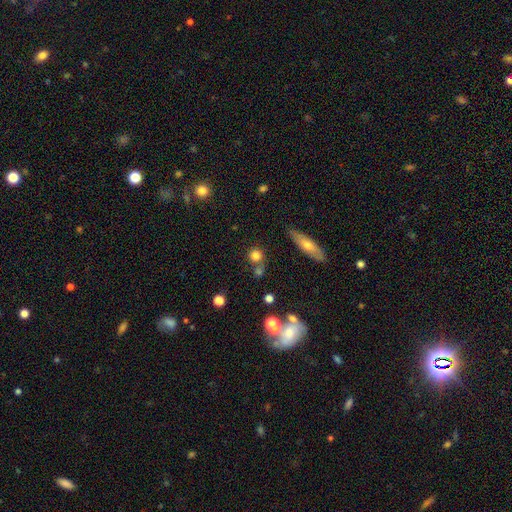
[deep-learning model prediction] Q: Smooth or featured?
A: smooth (77%); runner-up: star or artifact (13%)
Q: How rounded?
A: round (88%); runner-up: in between (9%)
Q: Merging?
A: none (61%); runner-up: merger (25%)